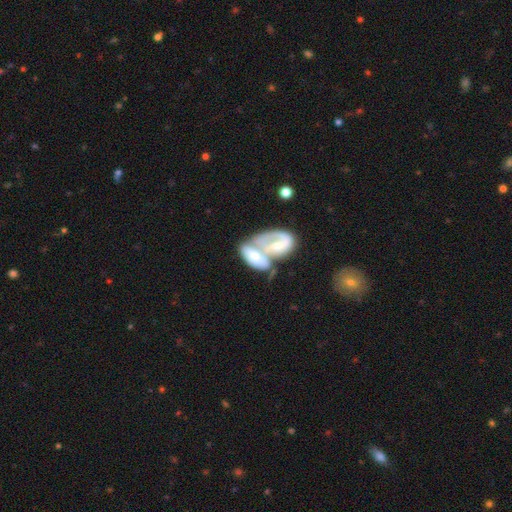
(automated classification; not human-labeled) Smooth or featured?
  - featured or disk: 56% *
  - smooth: 38%
  - star or artifact: 6%
Edge-on disk?
  - no: 94% *
  - yes: 6%
Bar?
  - no: 59% *
  - weak: 29%
  - strong: 12%
Spiral arms?
  - yes: 57% *
  - no: 43%
Bulge size?
  - small: 43% *
  - moderate: 38%
  - none: 12%
  - large: 5%
  - dominant: 2%
Merging?
  - merger: 77% *
  - none: 9%
  - major disturbance: 8%
  - minor disturbance: 6%